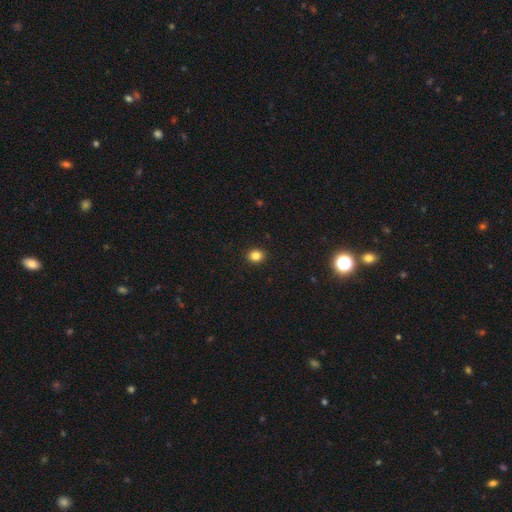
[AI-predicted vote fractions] Smooth or featured?
  - smooth: 85% *
  - star or artifact: 11%
  - featured or disk: 4%
How rounded?
  - round: 73% *
  - in between: 26%
  - cigar-shaped: 1%
Merging?
  - none: 92% *
  - minor disturbance: 6%
  - major disturbance: 2%
  - merger: 1%